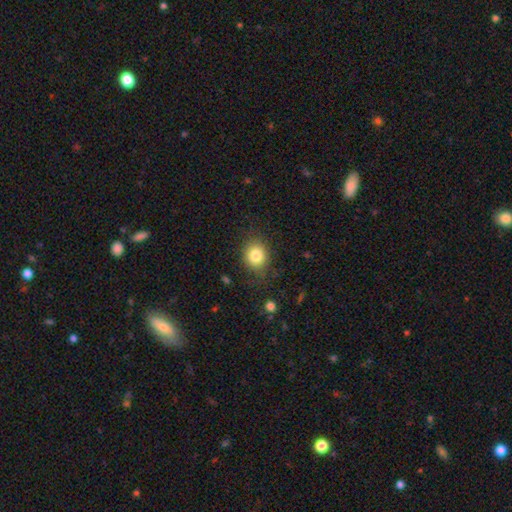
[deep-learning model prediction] A smooth galaxy with no disk features (82%) that is round (67%).

Vote fractions:
- Smooth or featured? smooth: 82% / star or artifact: 10% / featured or disk: 8%
- How rounded? round: 67% / in between: 32% / cigar-shaped: 1%
- Merging? none: 80% / minor disturbance: 14% / major disturbance: 4% / merger: 2%